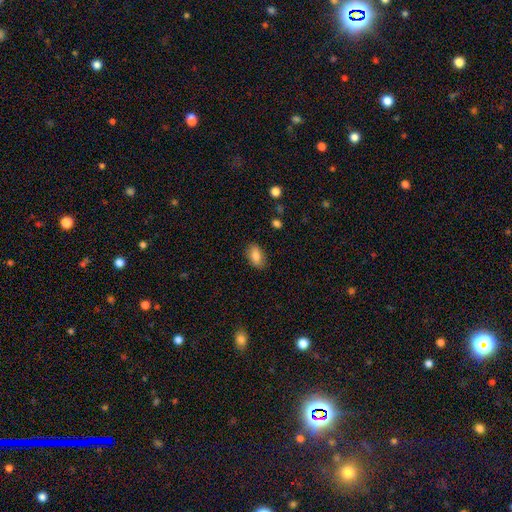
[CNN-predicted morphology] This appears to be a smooth galaxy with no disk features (81%) that is in between round and cigar-shaped (89%). Merging: none (85%).